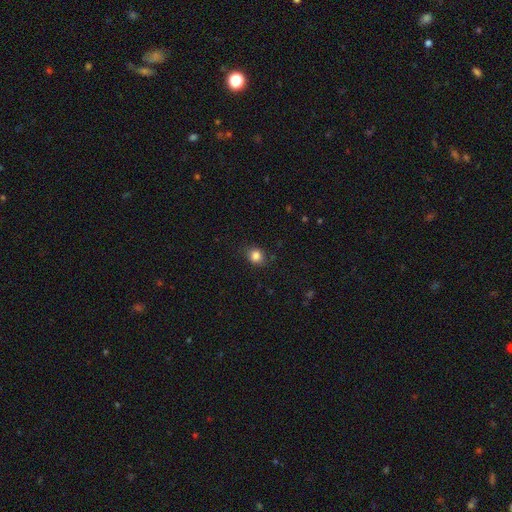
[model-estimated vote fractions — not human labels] smooth 84%, star or artifact 11%, featured or disk 5%. Down the decision tree: how rounded — round (70%); merging — none (84%).